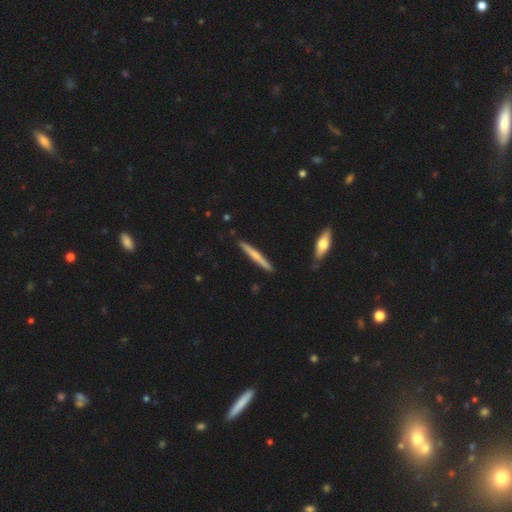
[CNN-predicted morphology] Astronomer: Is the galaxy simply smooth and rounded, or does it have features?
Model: featured or disk — 51% (runner-up: smooth, 44%).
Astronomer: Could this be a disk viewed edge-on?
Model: yes — 98%.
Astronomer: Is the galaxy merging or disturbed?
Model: none — 91%.